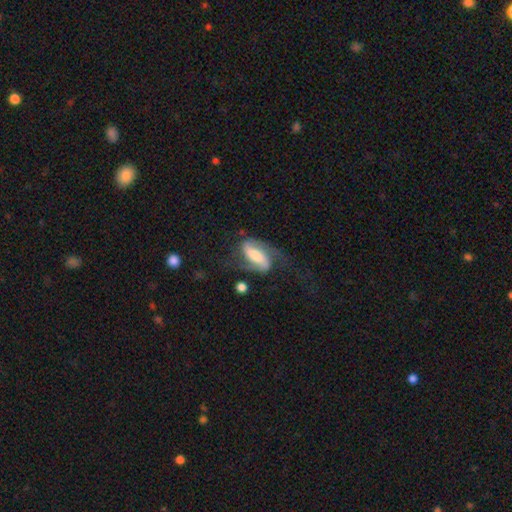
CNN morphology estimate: featured or disk 74%, smooth 20%, star or artifact 7%. Down the decision tree: edge-on disk — no (94%); bar — strong (49%); spiral arms — yes (93%); spiral arm count — 2 (89%); spiral winding — loose (44%); bulge size — moderate (30%); merging — none (53%).